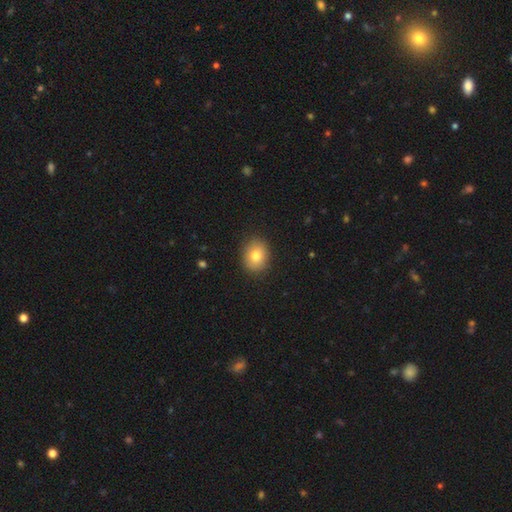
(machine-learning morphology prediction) Smooth or featured?
  - smooth: 80% *
  - featured or disk: 11%
  - star or artifact: 9%
How rounded?
  - round: 52% *
  - in between: 47%
  - cigar-shaped: 1%
Merging?
  - none: 88% *
  - minor disturbance: 9%
  - major disturbance: 2%
  - merger: 1%